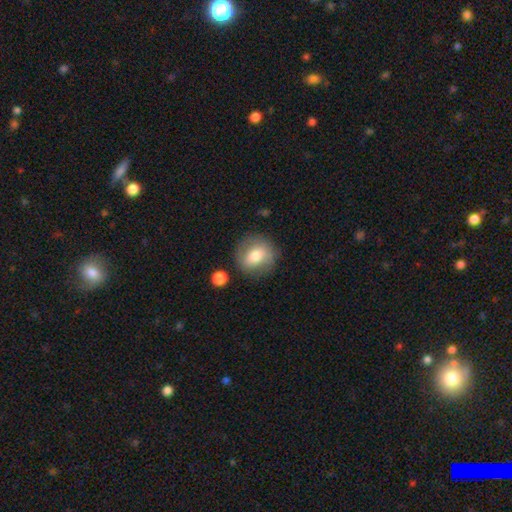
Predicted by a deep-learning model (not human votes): smooth_or_featured: smooth (p=0.69) [alt: featured or disk p=0.24]
how_rounded: round (p=0.79) [alt: in between p=0.19]
merging: none (p=0.79) [alt: minor disturbance p=0.13]